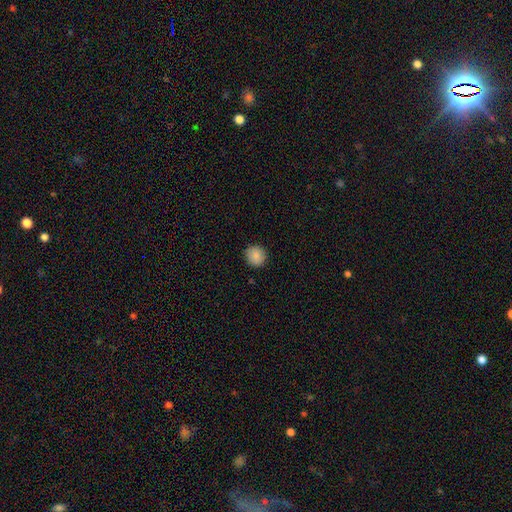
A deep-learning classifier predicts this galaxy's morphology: A smooth galaxy with no disk features (88%) that is round (90%). Merging: none (90%).